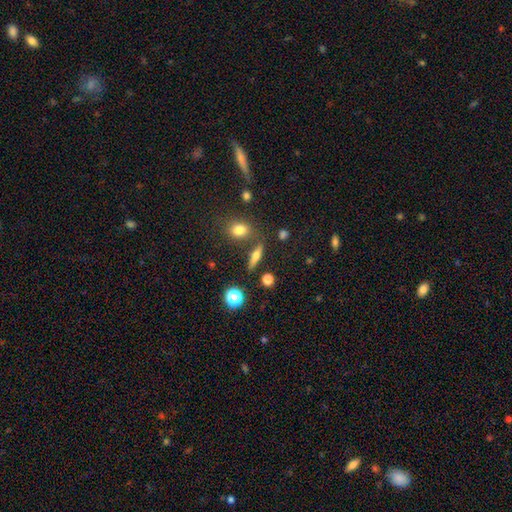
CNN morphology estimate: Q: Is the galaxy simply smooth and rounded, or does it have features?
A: smooth — 46%.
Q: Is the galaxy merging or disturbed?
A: none — 76%.